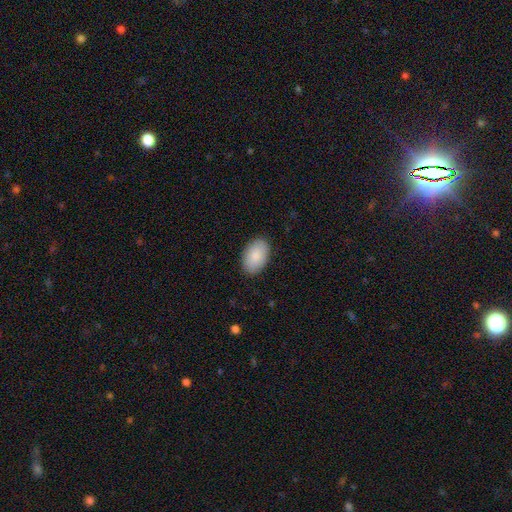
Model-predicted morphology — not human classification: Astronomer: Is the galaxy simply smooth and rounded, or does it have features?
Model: smooth — 88%.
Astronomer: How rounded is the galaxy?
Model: in between — 93%.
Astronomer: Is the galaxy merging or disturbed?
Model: none — 88%.